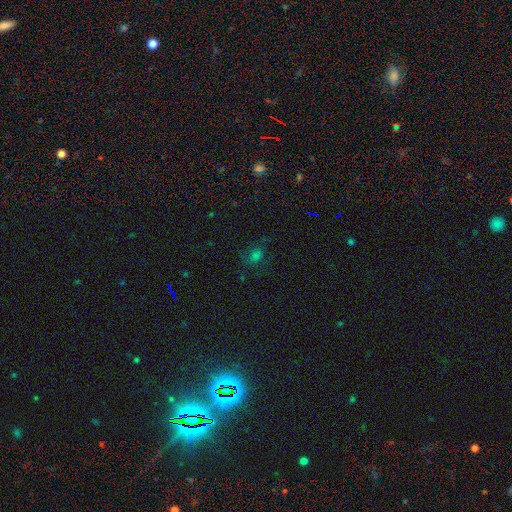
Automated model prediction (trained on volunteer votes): This appears to be a smooth galaxy with no disk features (53%) that is in between round and cigar-shaped (57%). Merging: none (68%).